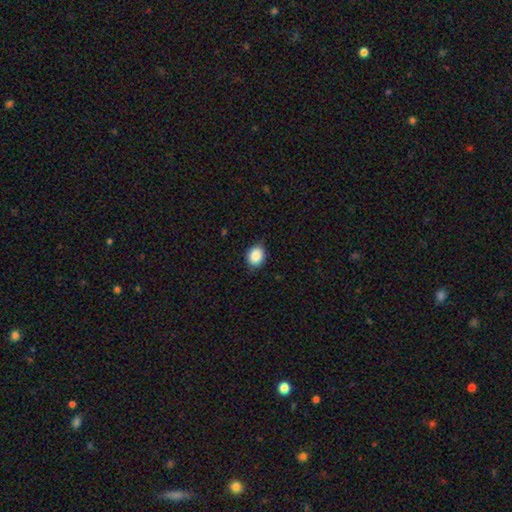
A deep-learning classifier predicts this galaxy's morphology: This is clearly a smooth galaxy (88%). How rounded: possibly round (52%). Merging: clearly none (83%).